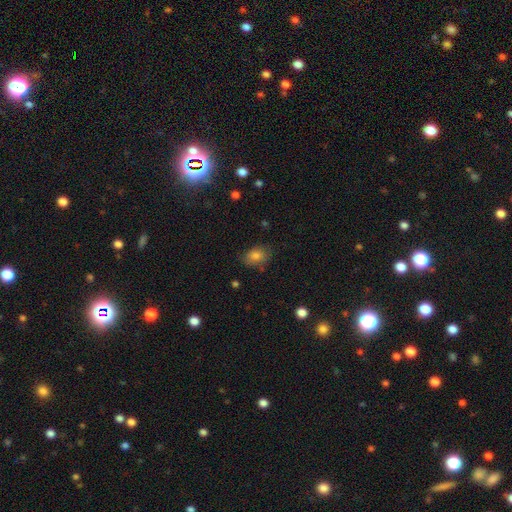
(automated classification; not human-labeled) This is clearly a smooth galaxy (81%). How rounded: likely in between (76%). Merging: likely none (77%).